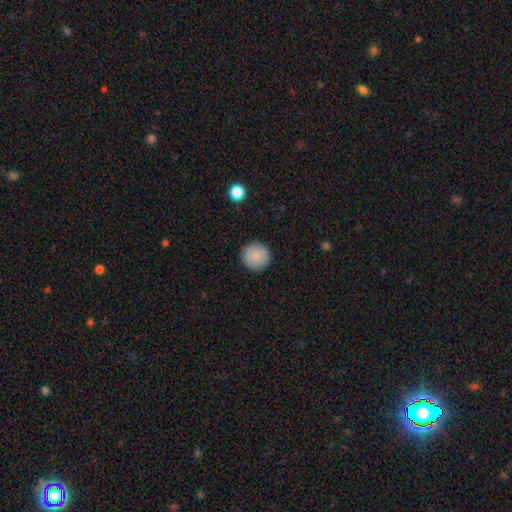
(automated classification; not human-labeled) Overall: smooth (88%). How rounded: round (95%). Merging: none (91%).